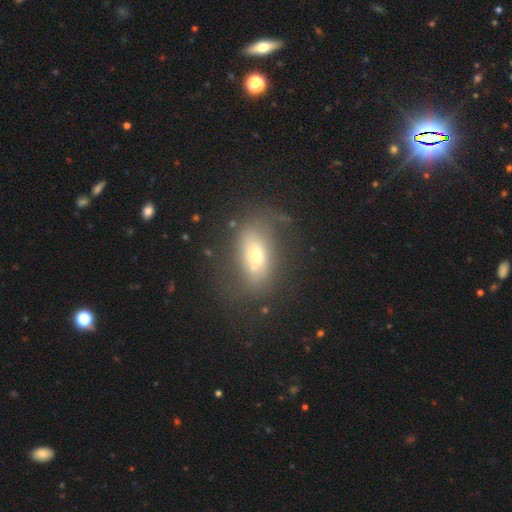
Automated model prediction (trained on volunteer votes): Smooth or featured? Predicted: smooth (p=0.57). How rounded? Predicted: in between (p=0.78). Merging? Predicted: none (p=0.53).